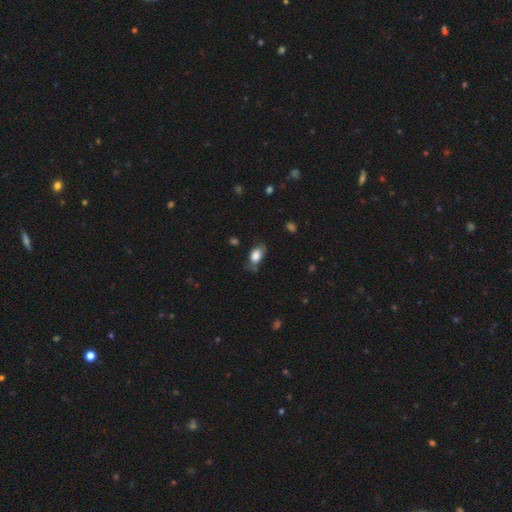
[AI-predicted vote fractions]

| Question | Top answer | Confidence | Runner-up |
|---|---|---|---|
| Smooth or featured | smooth | 81% | featured or disk (11%) |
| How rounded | in between | 88% | round (9%) |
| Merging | none | 57% | minor disturbance (31%) |